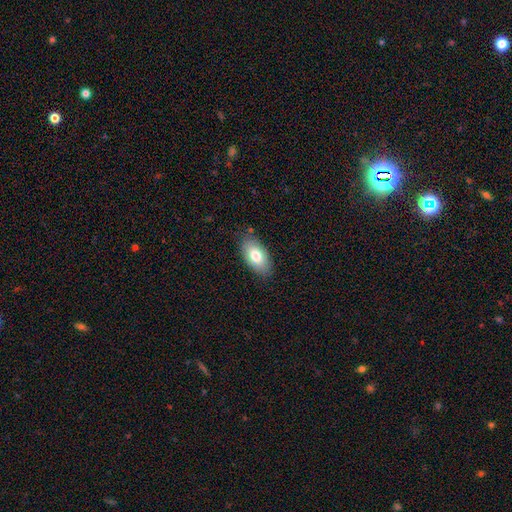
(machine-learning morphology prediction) Smooth or featured: smooth — 78% (featured or disk — 15%)
How rounded: in between — 94% (round — 3%)
Merging: none — 83% (minor disturbance — 13%)